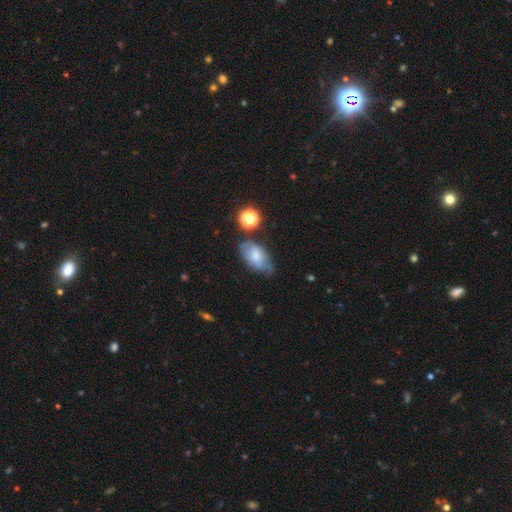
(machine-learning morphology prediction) Smooth or featured?
  - smooth: 64% *
  - featured or disk: 27%
  - star or artifact: 9%
How rounded?
  - in between: 91% *
  - round: 6%
  - cigar-shaped: 3%
Merging?
  - none: 54% *
  - minor disturbance: 31%
  - major disturbance: 10%
  - merger: 6%